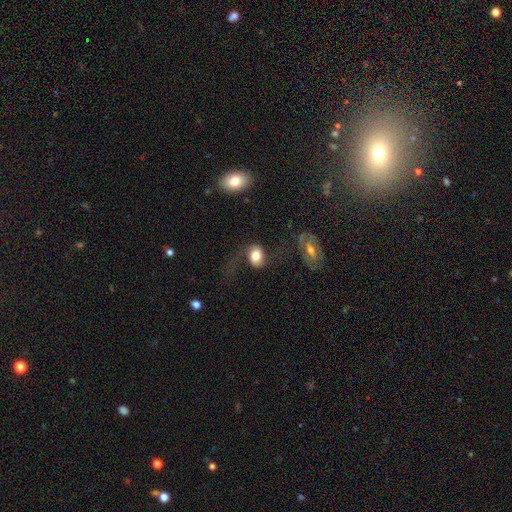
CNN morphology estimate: Smooth or featured: smooth — 52% (featured or disk — 40%)
How rounded: in between — 56% (round — 42%)
Merging: none — 46% (major disturbance — 28%)